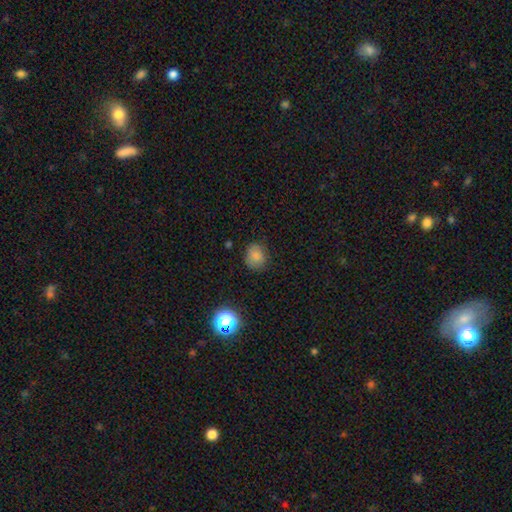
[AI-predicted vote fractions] smooth_or_featured: smooth (p=0.81) [alt: star or artifact p=0.13]
how_rounded: round (p=0.68) [alt: in between p=0.31]
merging: none (p=0.78) [alt: minor disturbance p=0.16]